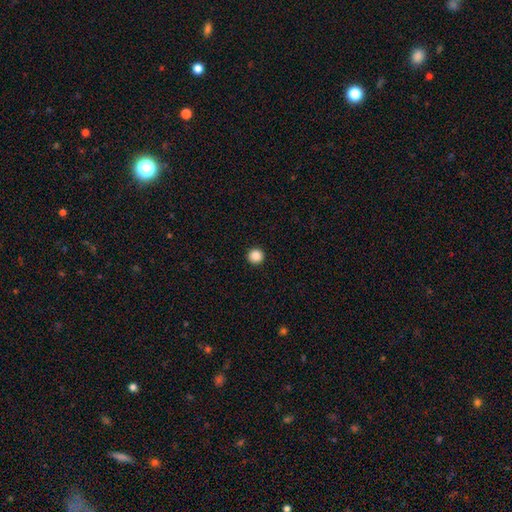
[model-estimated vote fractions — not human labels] This appears to be a smooth galaxy with no disk features (88%) that is round (96%). Merging: none (93%).